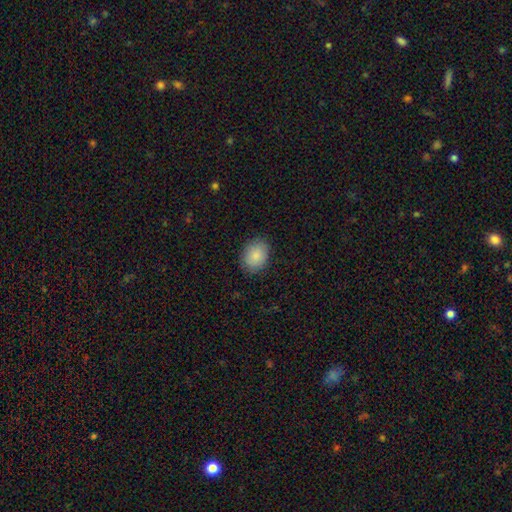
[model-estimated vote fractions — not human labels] Smooth or featured? smooth (87%)
How rounded? in between (65%)
Merging? none (86%)